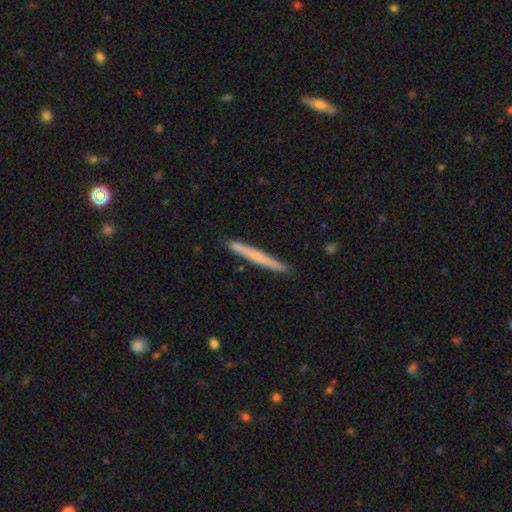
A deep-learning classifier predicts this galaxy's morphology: The model was most divided on "smooth or featured": smooth: 60%, featured or disk: 34%, star or artifact: 6%. More confident: how rounded — cigar-shaped (97%); merging — none (91%).